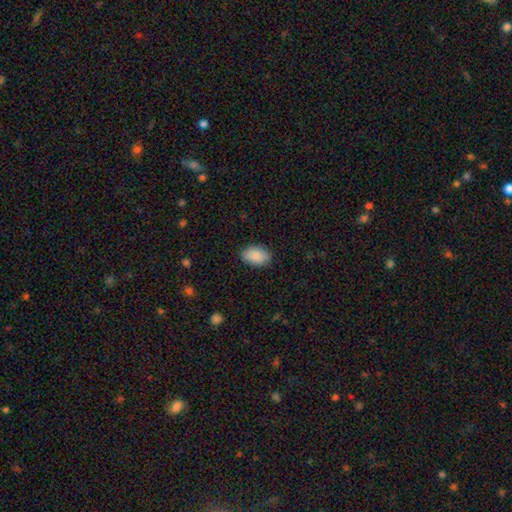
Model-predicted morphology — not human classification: smooth 89%, star or artifact 6%, featured or disk 5%. Down the decision tree: how rounded — in between (90%); merging — none (85%).